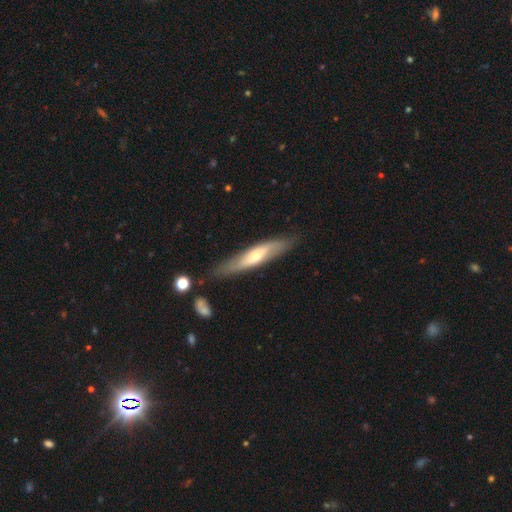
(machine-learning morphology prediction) A featured or disk galaxy (52%) viewed edge-on (63%).

Vote fractions:
- Smooth or featured? featured or disk: 52% / smooth: 43% / star or artifact: 6%
- Edge-on disk? yes: 63% / no: 37%
- Merging? none: 78% / minor disturbance: 15% / major disturbance: 4% / merger: 3%